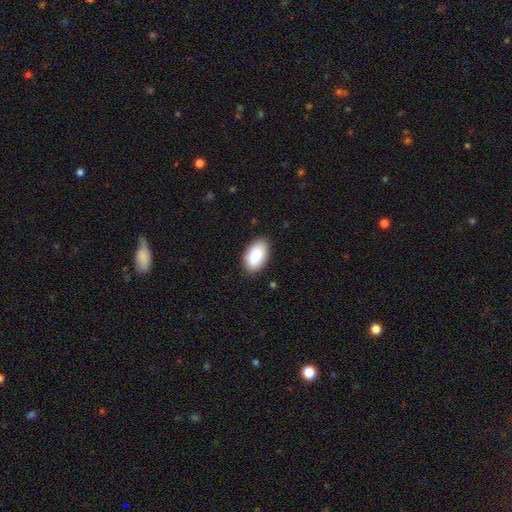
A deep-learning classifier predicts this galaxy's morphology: This is clearly a smooth galaxy (87%). How rounded: clearly in between (95%). Merging: clearly none (87%).